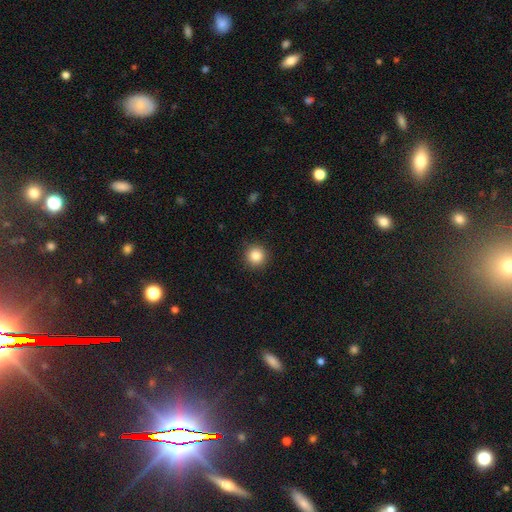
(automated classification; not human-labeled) Smooth or featured?
  - smooth: 85% *
  - star or artifact: 10%
  - featured or disk: 5%
How rounded?
  - round: 95% *
  - in between: 4%
  - cigar-shaped: 1%
Merging?
  - none: 92% *
  - minor disturbance: 5%
  - major disturbance: 2%
  - merger: 1%